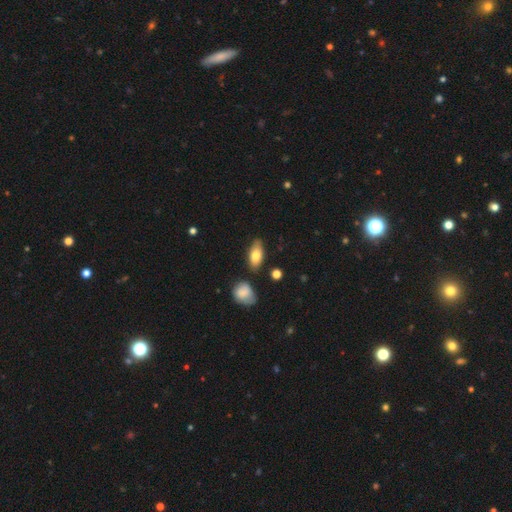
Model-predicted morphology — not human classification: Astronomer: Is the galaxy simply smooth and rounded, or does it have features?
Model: smooth — 77%.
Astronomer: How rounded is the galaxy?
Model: in between — 88%.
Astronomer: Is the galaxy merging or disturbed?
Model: none — 76%.